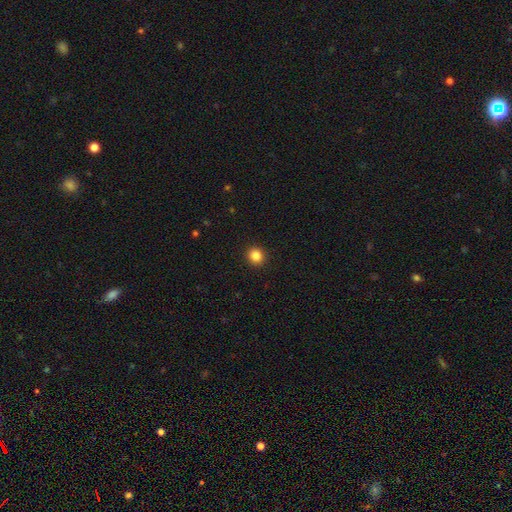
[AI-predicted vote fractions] This is clearly a smooth galaxy (86%). How rounded: clearly round (88%). Merging: clearly none (93%).